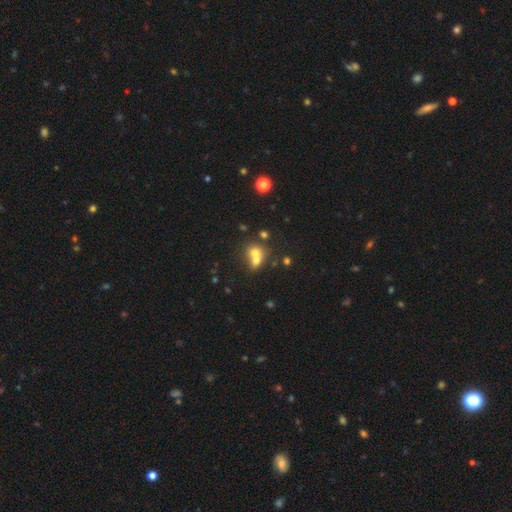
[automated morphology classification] type=smooth (65%); roundness=round (66%); merging=merger (65%).